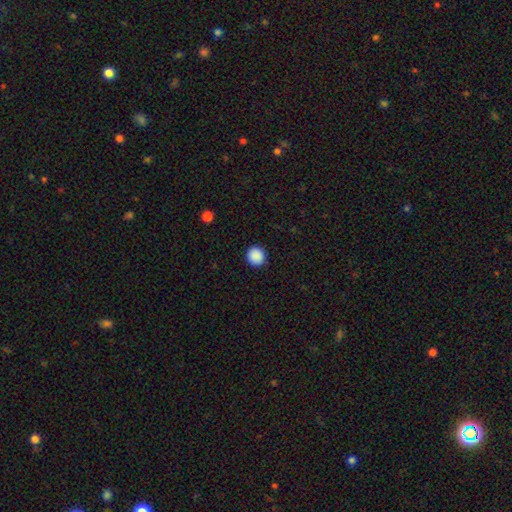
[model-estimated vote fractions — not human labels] Smooth or featured? smooth (89%)
How rounded? round (93%)
Merging? none (92%)